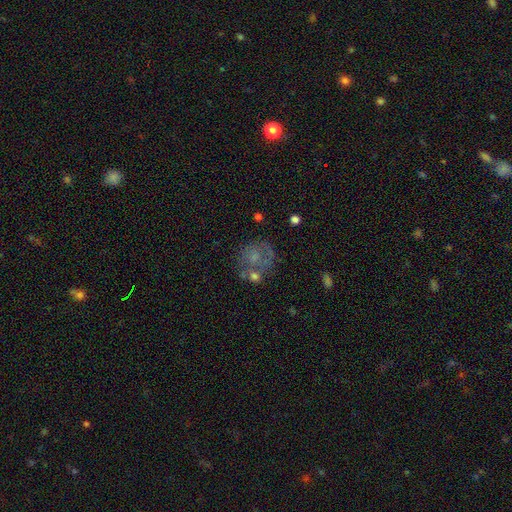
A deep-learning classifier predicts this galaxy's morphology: Q: Smooth or featured?
A: featured or disk (46%); runner-up: smooth (39%)
Q: Merging?
A: none (50%); runner-up: minor disturbance (19%)